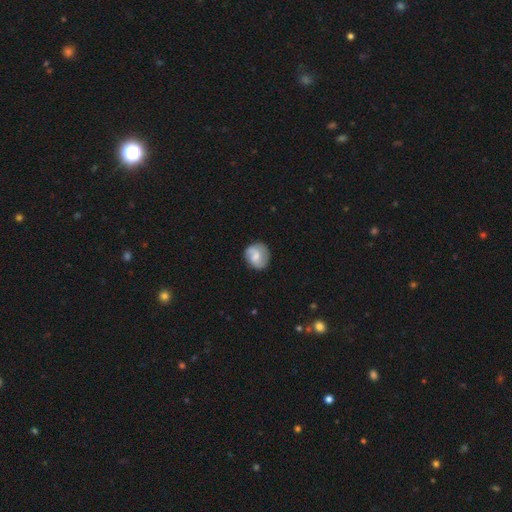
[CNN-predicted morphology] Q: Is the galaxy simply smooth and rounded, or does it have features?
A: smooth — 52%.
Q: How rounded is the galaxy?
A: round — 77%.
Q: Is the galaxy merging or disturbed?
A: none — 71%.